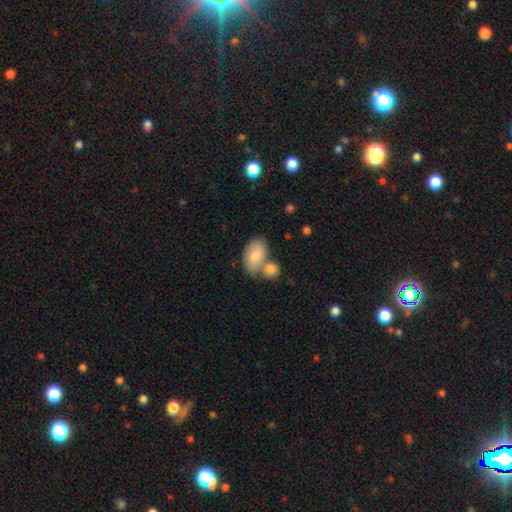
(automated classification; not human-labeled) The model was most divided on "merging": merger: 43%, none: 41%, minor disturbance: 12%, major disturbance: 4%. More confident: how rounded — in between (90%); smooth or featured — smooth (81%).